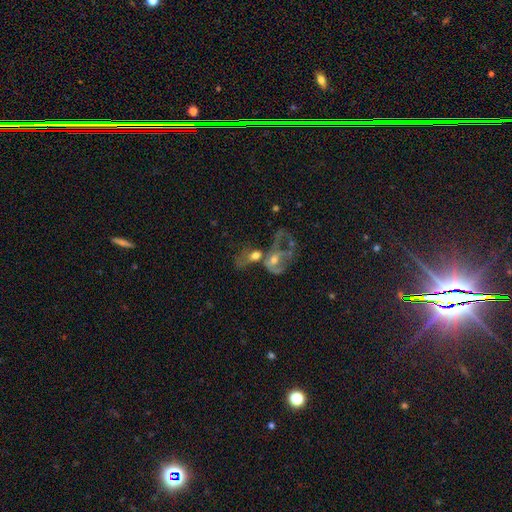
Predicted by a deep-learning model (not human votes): This appears to be a featured or disk galaxy (51%). Merging: merger (65%).